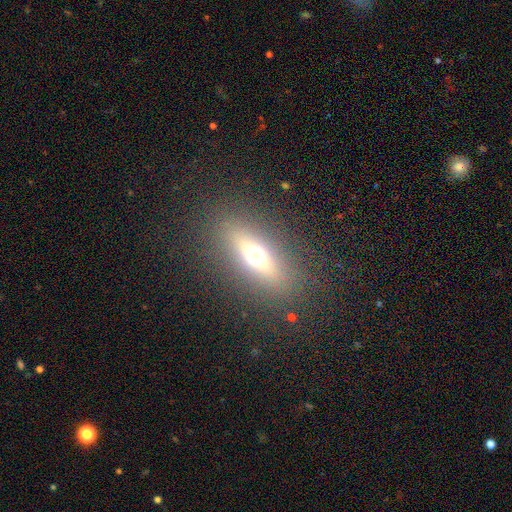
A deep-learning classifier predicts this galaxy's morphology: A smooth galaxy with no disk features (48%). Merging: none (86%).